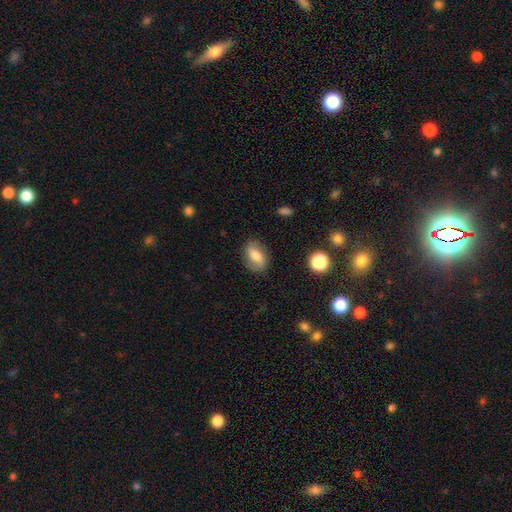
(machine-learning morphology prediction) type=smooth (70%); roundness=in between (85%); merging=none (80%).